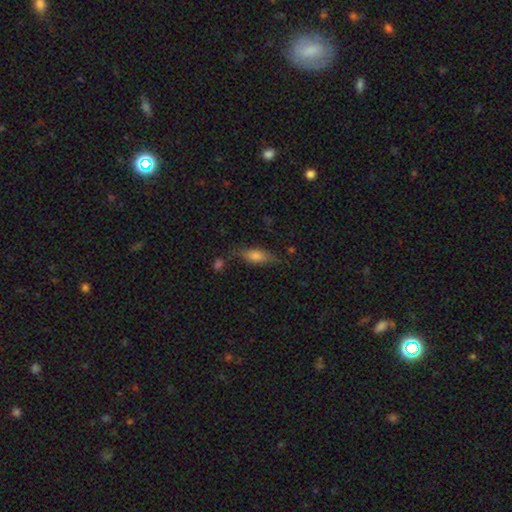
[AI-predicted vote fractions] This is likely a smooth galaxy (65%). How rounded: likely in between (68%). Merging: likely none (63%).